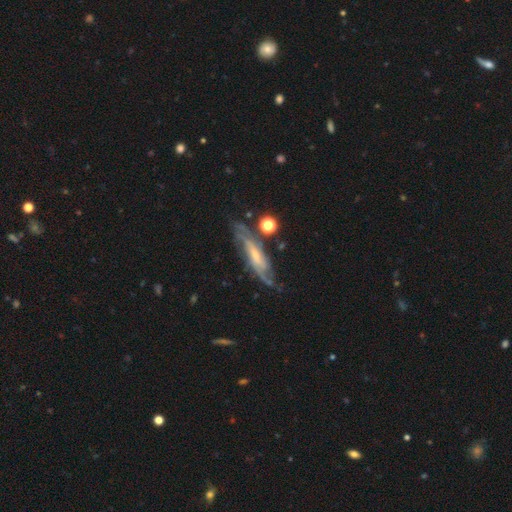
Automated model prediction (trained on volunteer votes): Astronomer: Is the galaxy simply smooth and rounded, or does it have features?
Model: featured or disk — 81%.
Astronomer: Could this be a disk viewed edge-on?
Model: no — 76%.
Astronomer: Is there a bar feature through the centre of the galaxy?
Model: no — 44% (runner-up: weak, 39%).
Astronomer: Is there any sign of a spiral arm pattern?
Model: yes — 94%.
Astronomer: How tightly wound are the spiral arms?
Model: medium — 44% (runner-up: tight, 37%).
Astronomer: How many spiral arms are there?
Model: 2 — 41% (runner-up: can't tell, 30%).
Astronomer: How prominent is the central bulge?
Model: small — 57%.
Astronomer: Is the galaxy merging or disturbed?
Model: none — 64%.